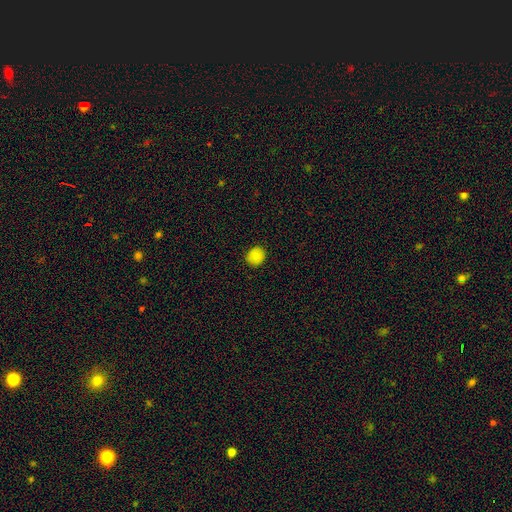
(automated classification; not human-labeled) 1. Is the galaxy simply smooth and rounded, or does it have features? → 80% smooth, 11% featured or disk, 9% star or artifact.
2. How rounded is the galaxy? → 80% round, 19% in between, 1% cigar-shaped.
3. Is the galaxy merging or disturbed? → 89% none, 8% minor disturbance, 2% major disturbance, 1% merger.